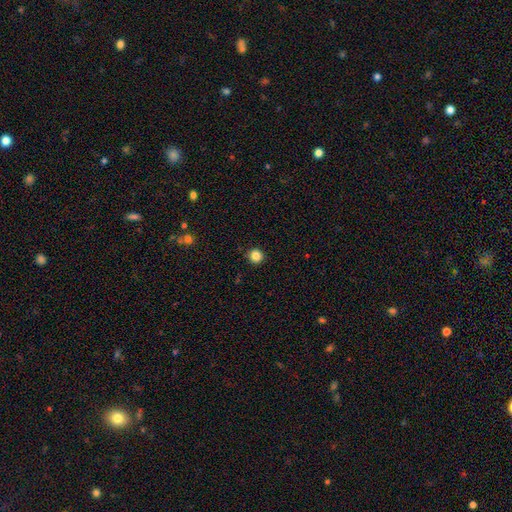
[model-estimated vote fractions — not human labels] Smooth or featured? smooth (85%)
How rounded? round (94%)
Merging? none (92%)